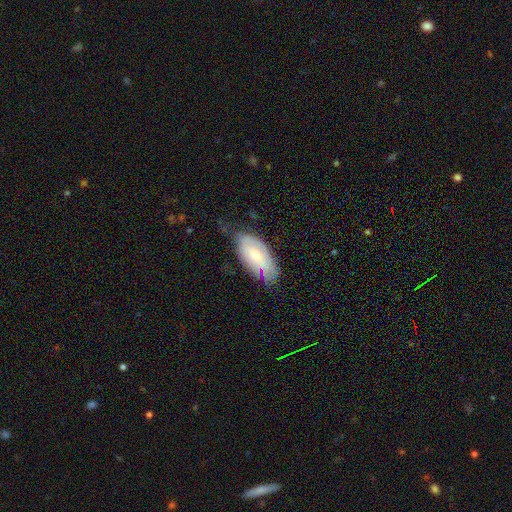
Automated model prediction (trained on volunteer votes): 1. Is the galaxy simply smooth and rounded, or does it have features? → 56% smooth, 37% featured or disk, 7% star or artifact.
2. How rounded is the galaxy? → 91% in between, 7% cigar-shaped, 3% round.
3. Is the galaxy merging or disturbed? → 53% none, 36% minor disturbance, 9% major disturbance, 2% merger.